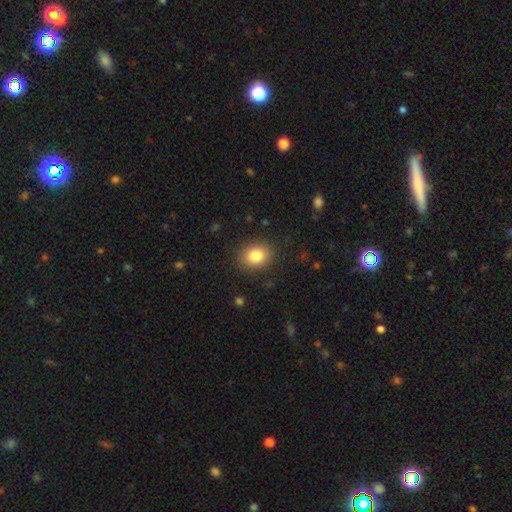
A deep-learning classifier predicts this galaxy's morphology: type=smooth (83%); roundness=round (52%); merging=none (87%).